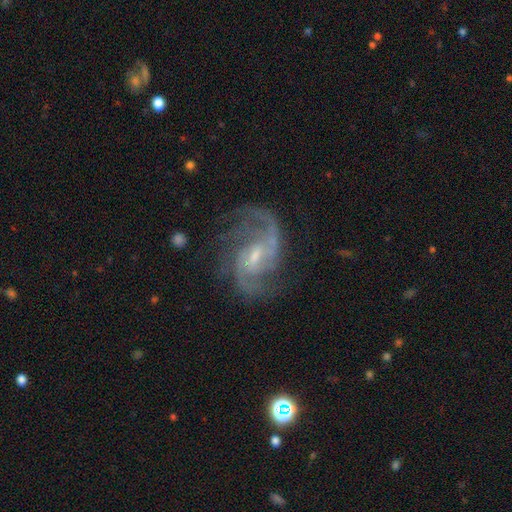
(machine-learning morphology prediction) smooth_or_featured: featured or disk (p=0.91) [alt: star or artifact p=0.05]
disk_edge_on: no (p=0.98) [alt: yes p=0.02]
bar: weak (p=0.61) [alt: no p=0.20]
has_spiral_arms: yes (p=0.97) [alt: no p=0.03]
spiral_winding: medium (p=0.55) [alt: loose p=0.26]
spiral_arm_count: 2 (p=0.64) [alt: 3 p=0.15]
bulge_size: small (p=0.54) [alt: moderate p=0.35]
merging: none (p=0.67) [alt: minor disturbance p=0.17]